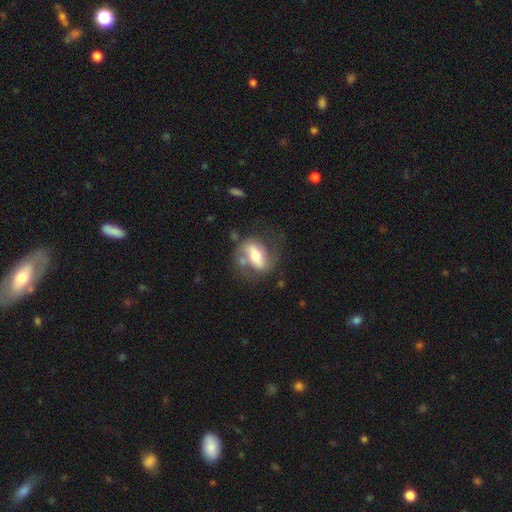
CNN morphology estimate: Q: Smooth or featured?
A: featured or disk (62%); runner-up: smooth (32%)
Q: Edge-on disk?
A: no (89%); runner-up: yes (11%)
Q: Bar?
A: strong (52%); runner-up: weak (27%)
Q: Spiral arms?
A: yes (70%); runner-up: no (30%)
Q: Bulge size?
A: moderate (61%); runner-up: small (19%)
Q: Merging?
A: none (57%); runner-up: minor disturbance (21%)